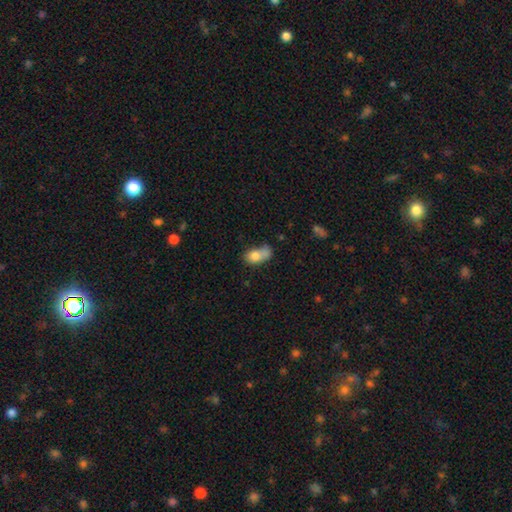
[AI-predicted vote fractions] A smooth galaxy with no disk features (75%) that is in between round and cigar-shaped (74%). Merging: merger (37%).